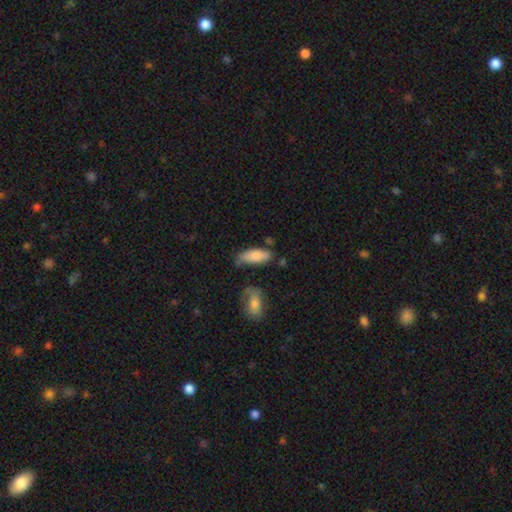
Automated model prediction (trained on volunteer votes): Q: Smooth or featured?
A: smooth (83%); runner-up: featured or disk (11%)
Q: How rounded?
A: in between (75%); runner-up: cigar-shaped (23%)
Q: Merging?
A: none (67%); runner-up: minor disturbance (22%)